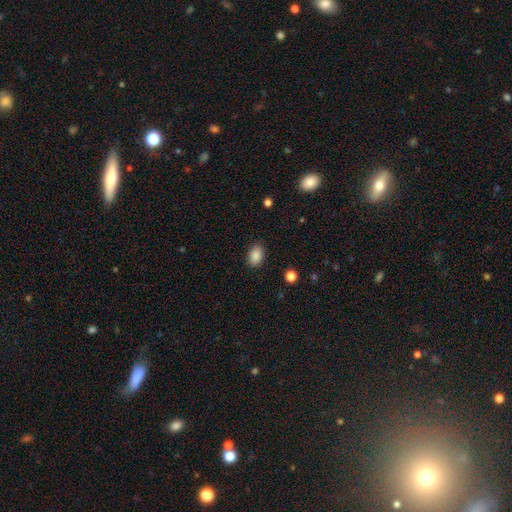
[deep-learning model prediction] This appears to be a smooth galaxy with no disk features (88%) that is in between round and cigar-shaped (84%). Merging: none (86%).